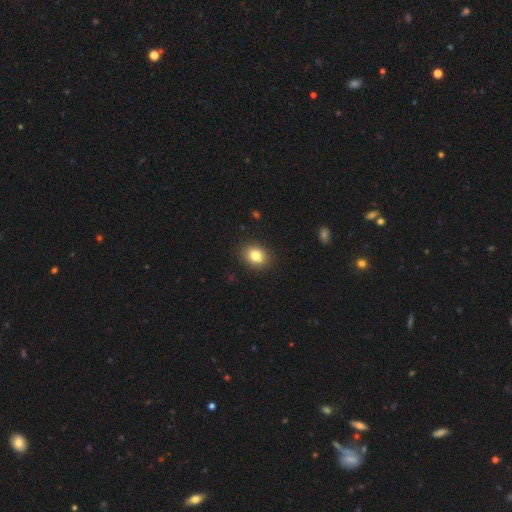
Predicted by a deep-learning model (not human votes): smooth_or_featured: smooth (p=0.82) [alt: star or artifact p=0.10]
how_rounded: round (p=0.50) [alt: in between p=0.49]
merging: none (p=0.90) [alt: minor disturbance p=0.07]